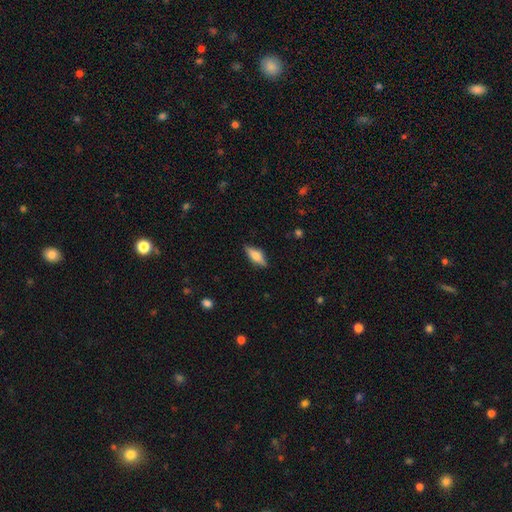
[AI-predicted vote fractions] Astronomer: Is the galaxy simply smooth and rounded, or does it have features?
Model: smooth — 56% (runner-up: featured or disk, 37%).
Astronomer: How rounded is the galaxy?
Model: in between — 60% (runner-up: cigar-shaped, 37%).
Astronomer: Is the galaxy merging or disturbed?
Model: none — 84%.